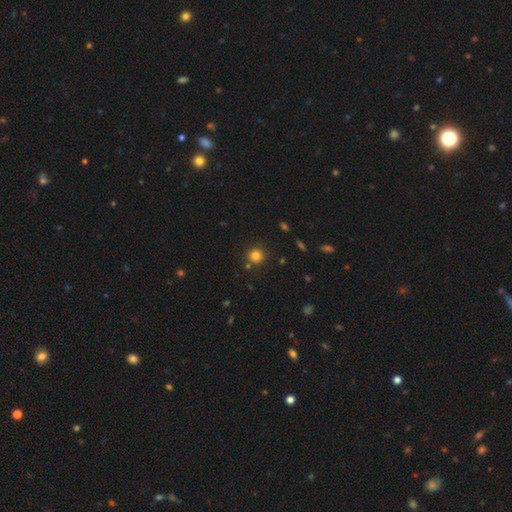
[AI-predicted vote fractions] This appears to be a smooth galaxy with no disk features (81%) that is round (91%). Merging: none (83%).